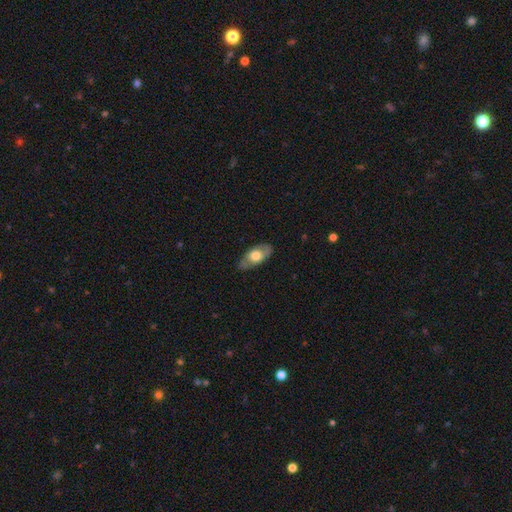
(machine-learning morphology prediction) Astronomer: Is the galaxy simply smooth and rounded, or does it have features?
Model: smooth — 53% (runner-up: featured or disk, 42%).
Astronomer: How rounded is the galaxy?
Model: in between — 87%.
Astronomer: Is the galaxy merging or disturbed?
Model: none — 77%.